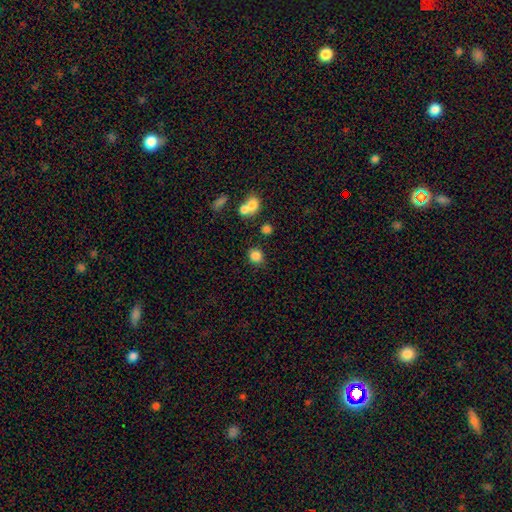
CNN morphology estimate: A smooth galaxy with no disk features (83%) that is round (78%). Merging: none (78%).